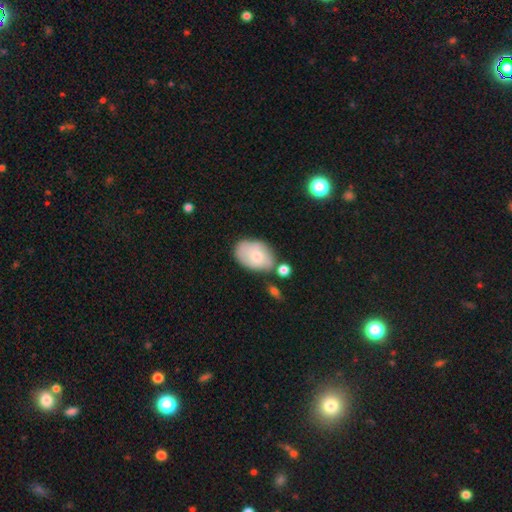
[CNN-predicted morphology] Smooth or featured: smooth — 68% (featured or disk — 25%)
How rounded: in between — 85% (round — 14%)
Merging: none — 57% (minor disturbance — 23%)